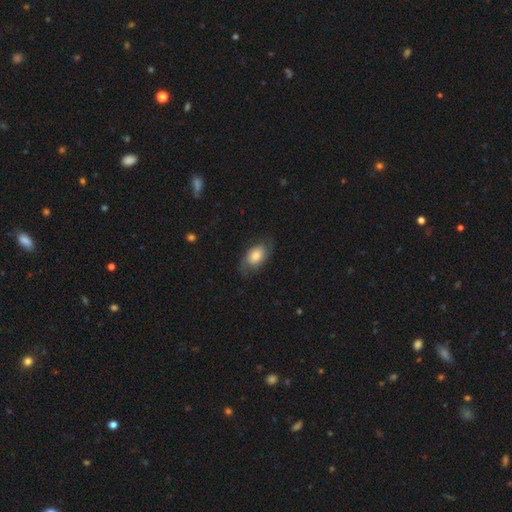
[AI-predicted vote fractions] This is likely a smooth galaxy (62%). How rounded: clearly in between (89%). Merging: likely none (67%).